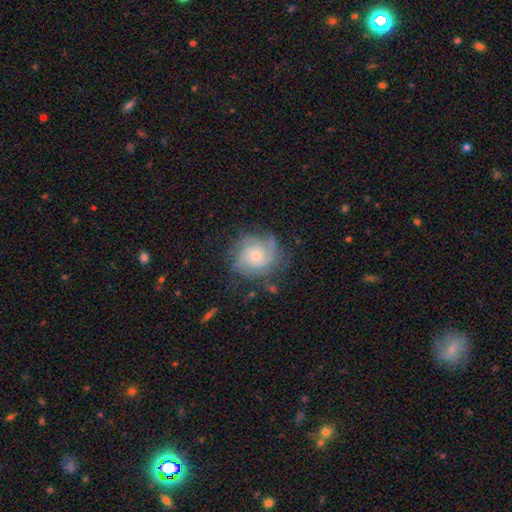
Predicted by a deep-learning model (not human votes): This appears to be a featured or disk galaxy (77%) with no bar (76%), tight (62%) spiral arms (94%) and a small central bulge (48%). Merging: none (73%).